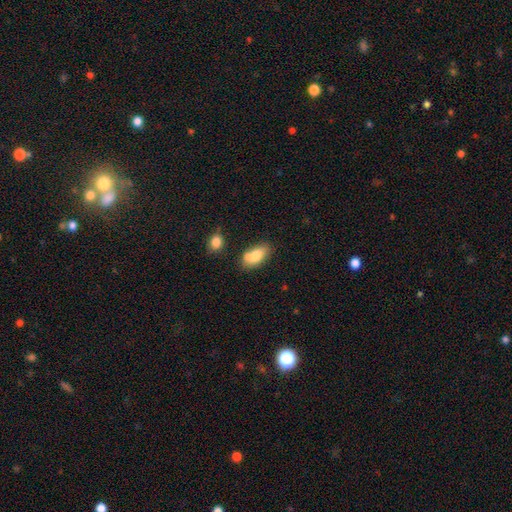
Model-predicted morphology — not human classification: type=smooth (76%); roundness=in between (88%); merging=none (54%).